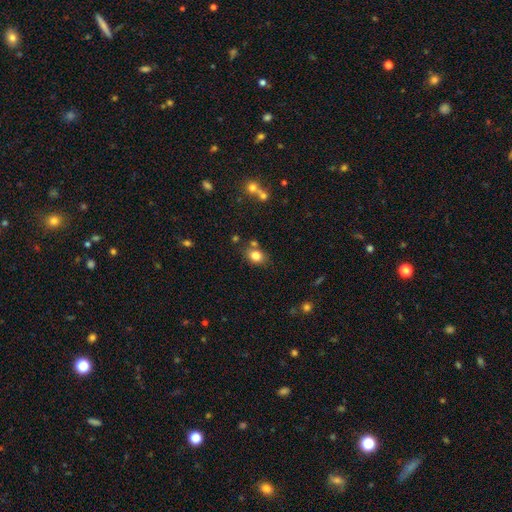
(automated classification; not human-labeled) Smooth or featured: smooth — 81% (star or artifact — 11%)
How rounded: in between — 58% (round — 40%)
Merging: none — 71% (minor disturbance — 14%)